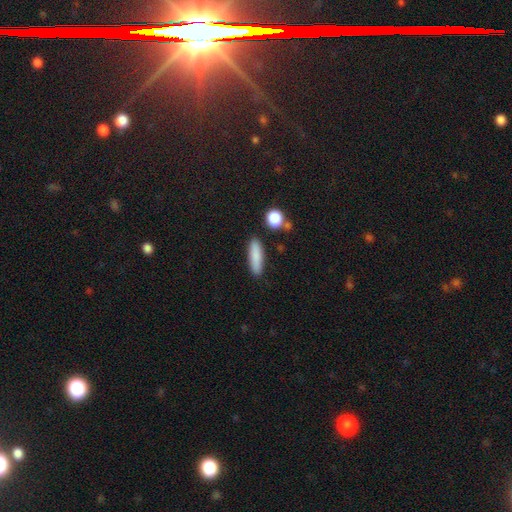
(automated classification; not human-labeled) smooth 84%, featured or disk 9%, star or artifact 7%. Down the decision tree: how rounded — cigar-shaped (64%); merging — none (85%).